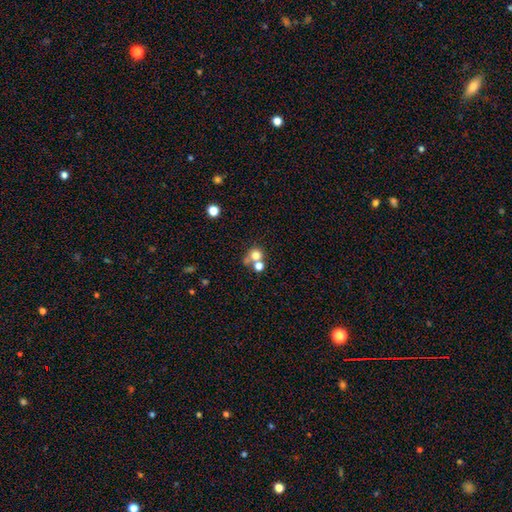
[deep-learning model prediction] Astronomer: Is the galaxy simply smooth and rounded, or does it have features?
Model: smooth — 73%.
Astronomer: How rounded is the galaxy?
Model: round — 86%.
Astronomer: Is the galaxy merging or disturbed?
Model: merger — 44% (runner-up: none, 43%).